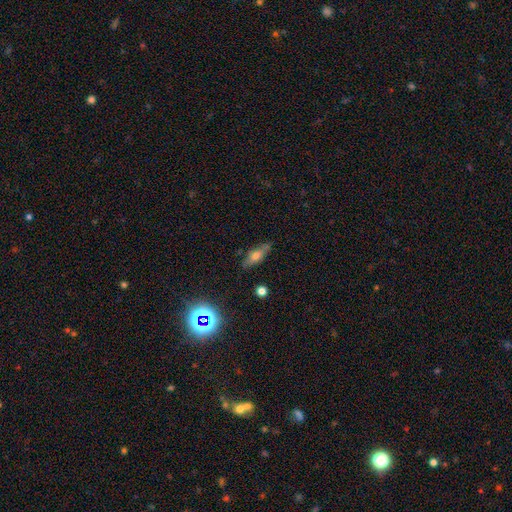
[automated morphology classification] Q: Smooth or featured?
A: smooth (53%); runner-up: featured or disk (36%)
Q: How rounded?
A: in between (56%); runner-up: cigar-shaped (40%)
Q: Merging?
A: none (75%); runner-up: minor disturbance (18%)